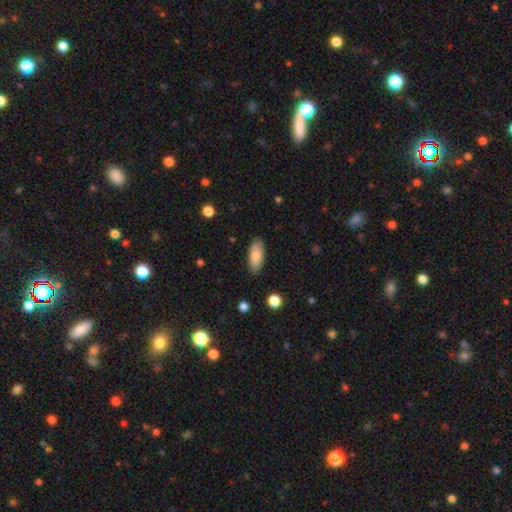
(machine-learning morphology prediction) smooth-or-featured: smooth: 85% | featured or disk: 9% | star or artifact: 6%
  how-rounded: in between: 85% | cigar-shaped: 13% | round: 2%
  merging: none: 86% | minor disturbance: 11% | major disturbance: 2% | merger: 1%